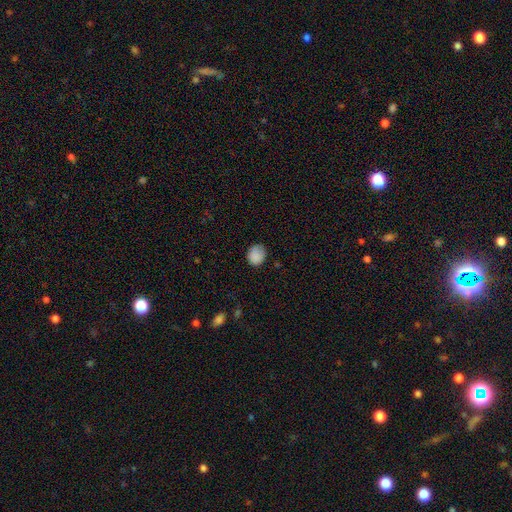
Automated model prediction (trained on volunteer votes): This appears to be a smooth galaxy with no disk features (87%) that is round (66%). Merging: none (74%).